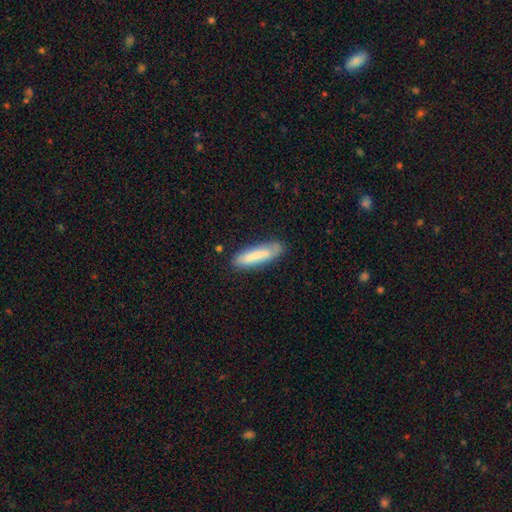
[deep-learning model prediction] Smooth or featured?
  - smooth: 78% *
  - featured or disk: 16%
  - star or artifact: 6%
How rounded?
  - cigar-shaped: 73% *
  - in between: 26%
  - round: 1%
Merging?
  - none: 74% *
  - minor disturbance: 19%
  - major disturbance: 4%
  - merger: 3%